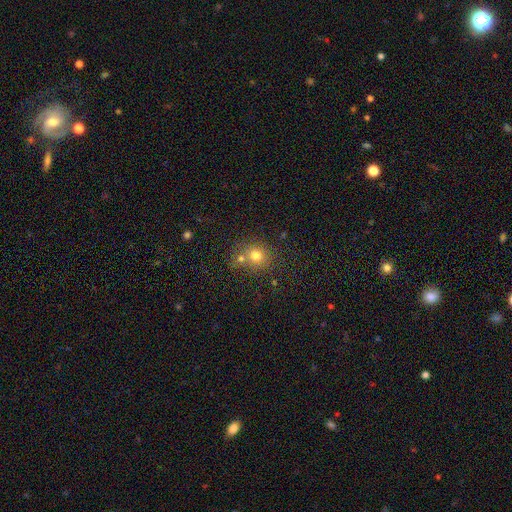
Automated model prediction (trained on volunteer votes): This is likely a smooth galaxy (74%). How rounded: clearly round (81%). Merging: possibly none (57%).